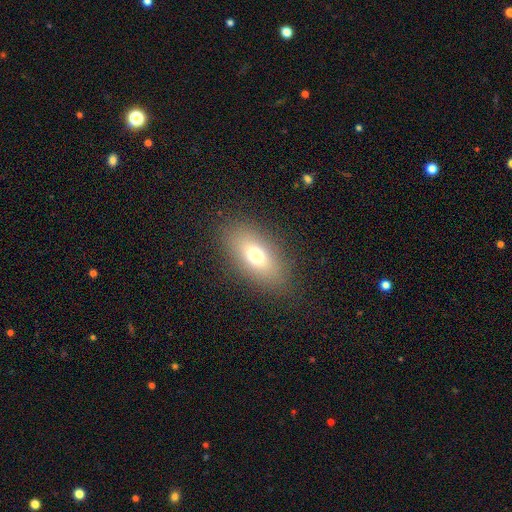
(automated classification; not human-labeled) Smooth or featured? smooth (69%)
How rounded? in between (83%)
Merging? none (85%)